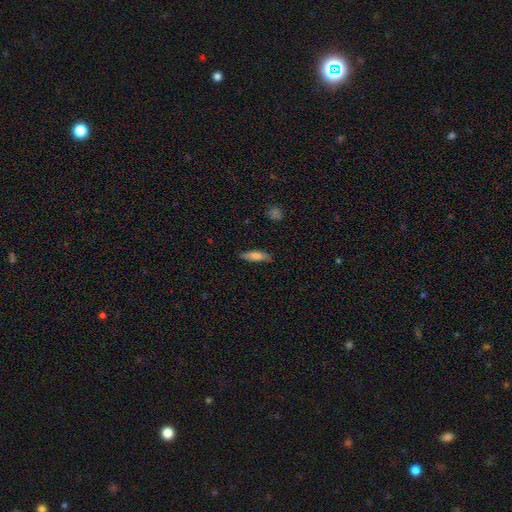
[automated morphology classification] Overall: smooth (71%). How rounded: cigar-shaped (67%; in between 31%). Merging: none (85%).